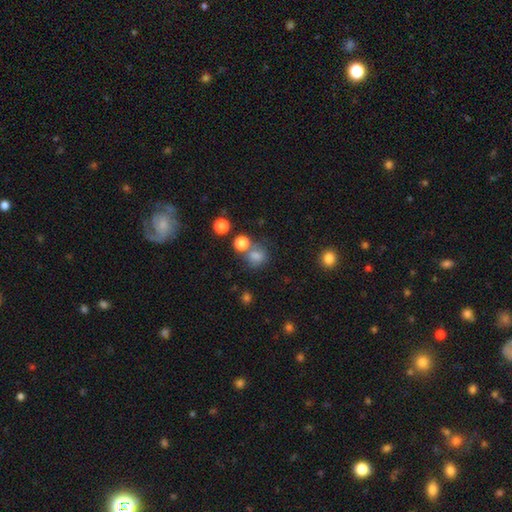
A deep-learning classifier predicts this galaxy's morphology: A smooth galaxy with no disk features (75%) that is round (69%). Merging: none (57%).